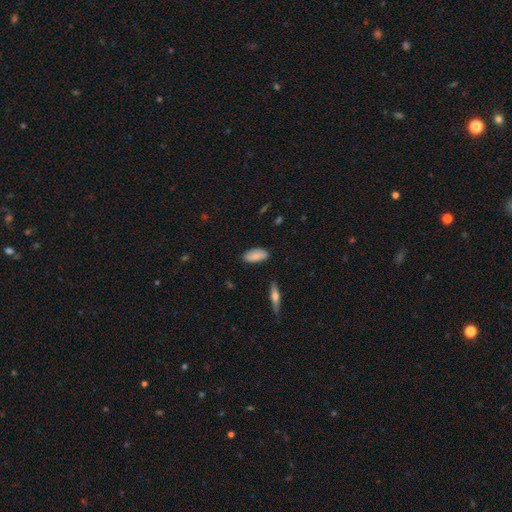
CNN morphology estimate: This appears to be a smooth galaxy with no disk features (81%) that is in between round and cigar-shaped (89%). Merging: none (84%).